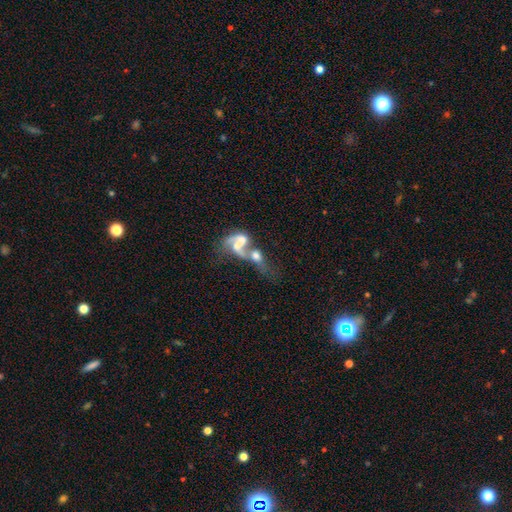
smooth-or-featured: featured or disk: 68% | smooth: 32% | star or artifact: 0%
  disk-edge-on: no: 92% | yes: 8%
    bar: weak: 39% | no: 35% | strong: 26%
    has-spiral-arms: yes: 52% | no: 48%
      spiral-winding: loose: 75% | medium: 17% | tight: 8%
      spiral-arm-count: 2: 67% | 1: 25% | can't tell: 8% | 3: 0% | 4: 0% | more than 4: 0%
    bulge-size: moderate: 39% | small: 35% | large: 17% | none: 9% | dominant: 0%
  merging: merger: 76% | none: 8% | minor disturbance: 8% | major disturbance: 8%